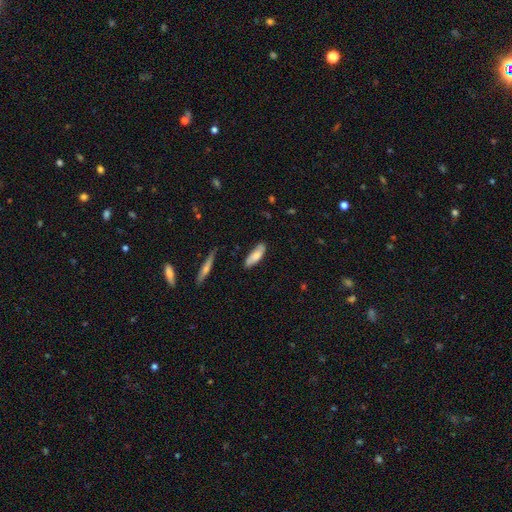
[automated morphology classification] This is likely a smooth galaxy (72%). How rounded: likely in between (63%). Merging: likely none (78%).